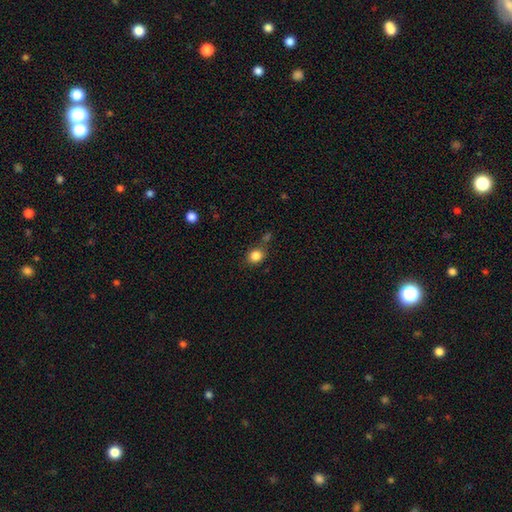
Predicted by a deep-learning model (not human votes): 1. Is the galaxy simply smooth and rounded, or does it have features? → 85% smooth, 10% star or artifact, 5% featured or disk.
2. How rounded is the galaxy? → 67% round, 32% in between, 1% cigar-shaped.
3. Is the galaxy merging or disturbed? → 71% none, 14% minor disturbance, 10% merger, 4% major disturbance.